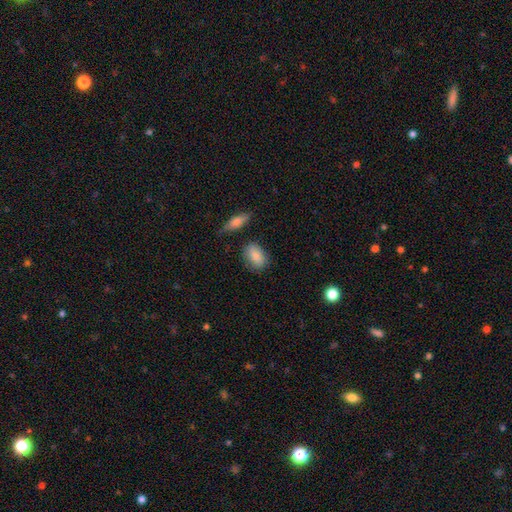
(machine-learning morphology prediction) Smooth or featured? smooth (83%)
How rounded? in between (79%)
Merging? none (75%)